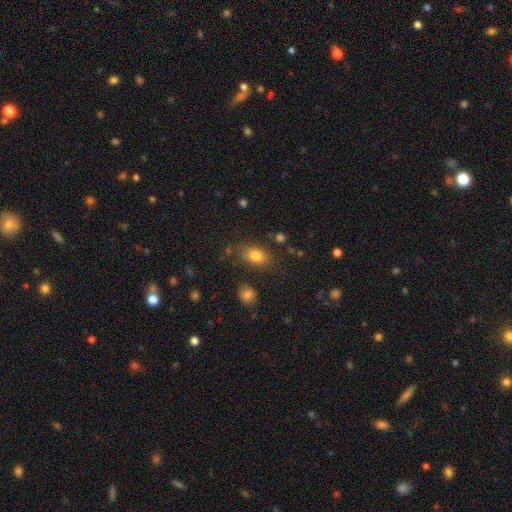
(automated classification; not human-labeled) The model was most divided on "merging": none: 74%, minor disturbance: 16%, major disturbance: 6%, merger: 5%. More confident: how rounded — in between (84%); smooth or featured — smooth (79%).